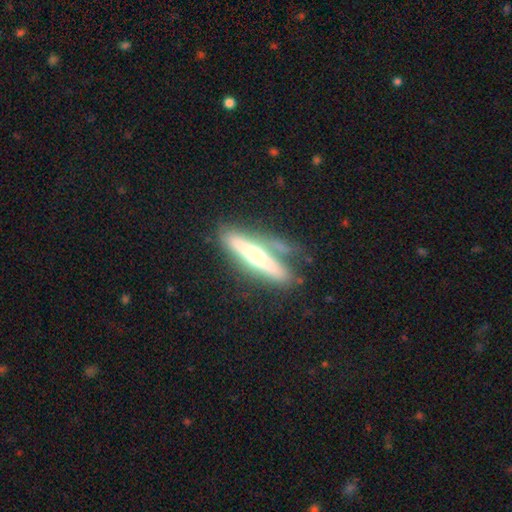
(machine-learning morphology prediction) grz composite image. It shows a featured or disk galaxy (66%) viewed edge-on (92%) with a rounded central bulge (87%). Merging: none (69%).